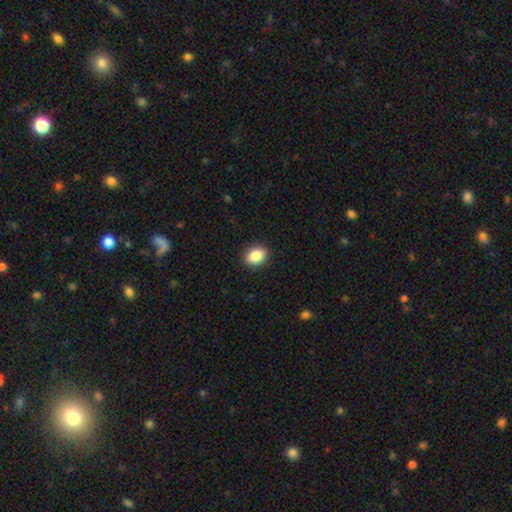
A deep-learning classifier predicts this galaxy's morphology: Smooth or featured? smooth (86%)
How rounded? in between (71%)
Merging? none (91%)